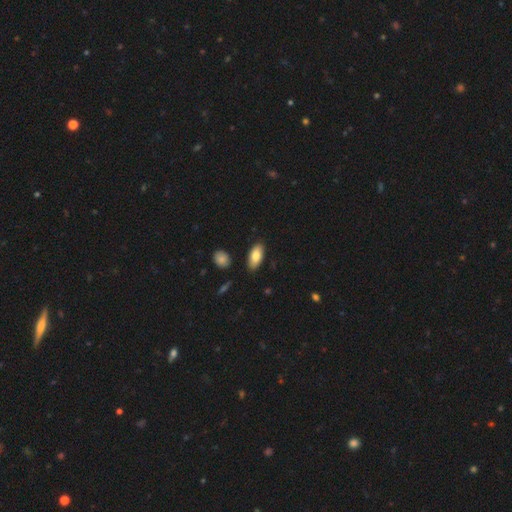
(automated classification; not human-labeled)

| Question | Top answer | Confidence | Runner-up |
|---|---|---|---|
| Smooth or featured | smooth | 82% | featured or disk (11%) |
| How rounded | in between | 89% | cigar-shaped (8%) |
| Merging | none | 86% | minor disturbance (10%) |